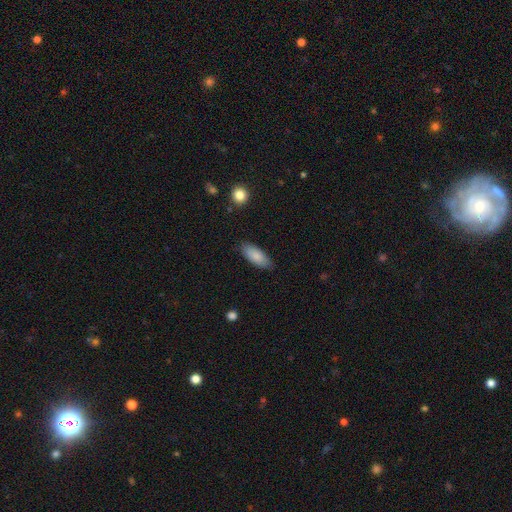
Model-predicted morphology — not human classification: type=smooth (85%); roundness=in between (82%); merging=none (85%).